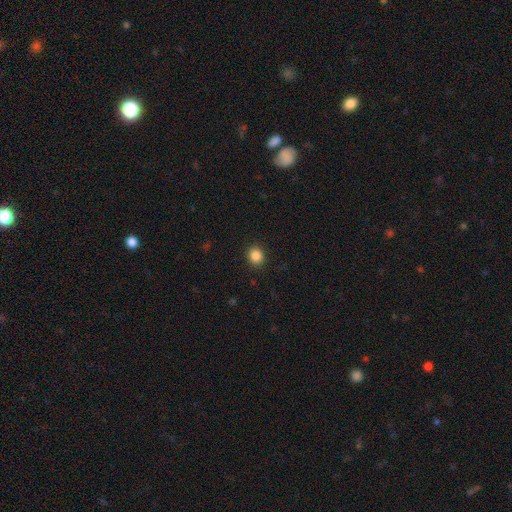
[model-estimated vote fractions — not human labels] Smooth or featured? Predicted: smooth (p=0.86). How rounded? Predicted: round (p=0.83). Merging? Predicted: none (p=0.91).